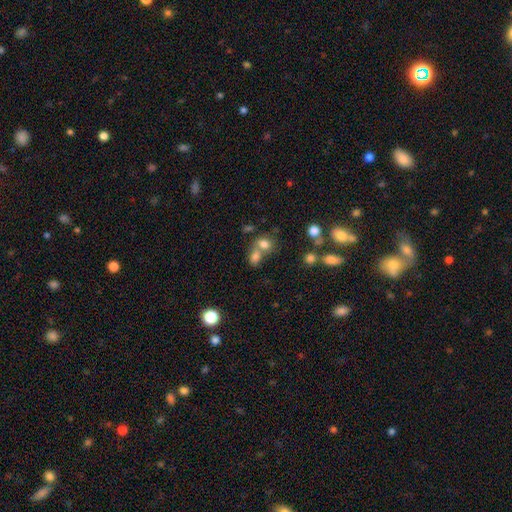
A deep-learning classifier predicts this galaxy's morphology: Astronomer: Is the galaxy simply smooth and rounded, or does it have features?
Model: smooth — 72%.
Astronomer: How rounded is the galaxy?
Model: round — 51% (runner-up: in between, 47%).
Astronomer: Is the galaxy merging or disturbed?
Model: merger — 54% (runner-up: none, 35%).